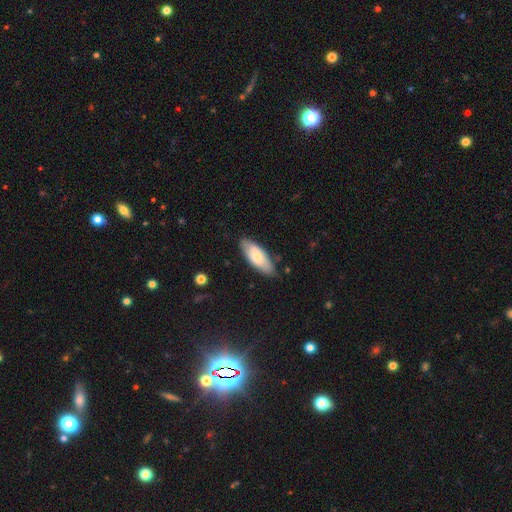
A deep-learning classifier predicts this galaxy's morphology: This is likely a smooth galaxy (72%). How rounded: likely in between (75%). Merging: likely none (78%).